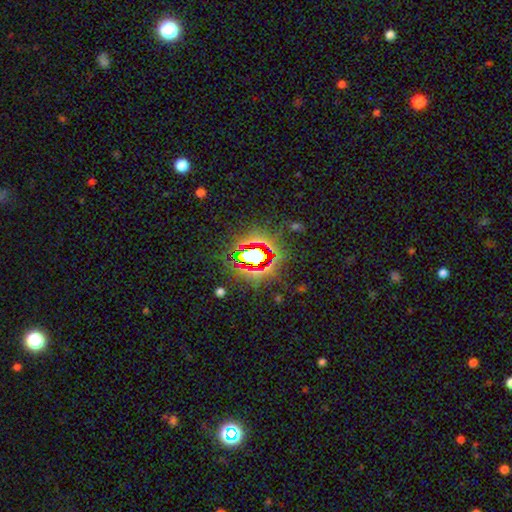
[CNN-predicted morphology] Smooth or featured?
  - star or artifact: 77% *
  - smooth: 13%
  - featured or disk: 10%